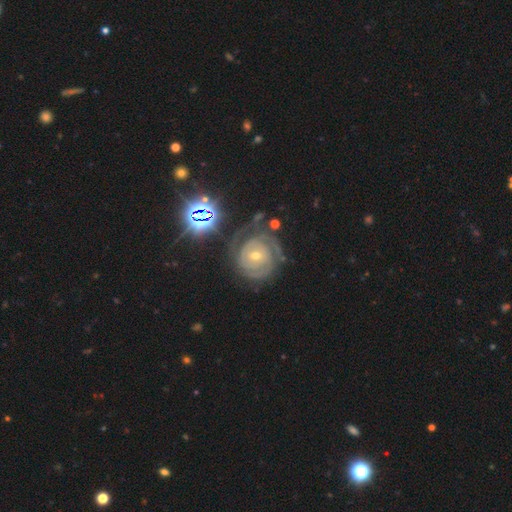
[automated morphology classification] A featured or disk galaxy (81%) with no bar (67%), tight (79%) spiral arms (92%) and a small central bulge (55%).

Vote fractions:
- Smooth or featured? featured or disk: 81% / star or artifact: 10% / smooth: 9%
- Edge-on disk? no: 97% / yes: 3%
- Bar? no: 67% / weak: 25% / strong: 9%
- Spiral arms? yes: 92% / no: 8%
- Spiral winding? tight: 79% / medium: 17% / loose: 4%
- Spiral arm count? can't tell: 34% / 2: 31% / 3: 18% / 4: 6% / 1: 6% / more than 4: 5%
- Bulge size? small: 55% / moderate: 41% / large: 2% / none: 1% / dominant: 1%
- Merging? none: 65% / minor disturbance: 19% / major disturbance: 12% / merger: 4%